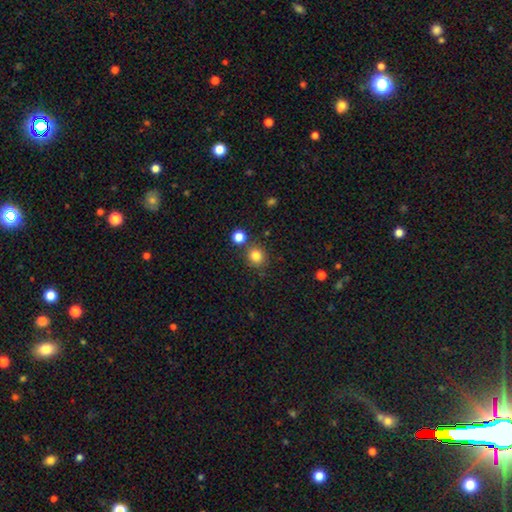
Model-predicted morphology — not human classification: Smooth or featured?
  - smooth: 82% *
  - star or artifact: 12%
  - featured or disk: 5%
How rounded?
  - round: 89% *
  - in between: 10%
  - cigar-shaped: 1%
Merging?
  - none: 78% *
  - merger: 11%
  - minor disturbance: 9%
  - major disturbance: 3%